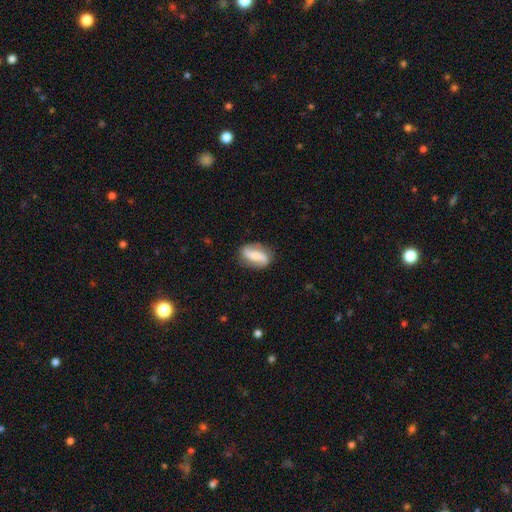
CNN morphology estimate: featured or disk 62%, smooth 31%, star or artifact 7%. Down the decision tree: edge-on disk — no (93%); bar — strong (40%); spiral arms — yes (88%); spiral arm count — 2 (91%); spiral winding — loose (63%); bulge size — small (42%); merging — none (82%).